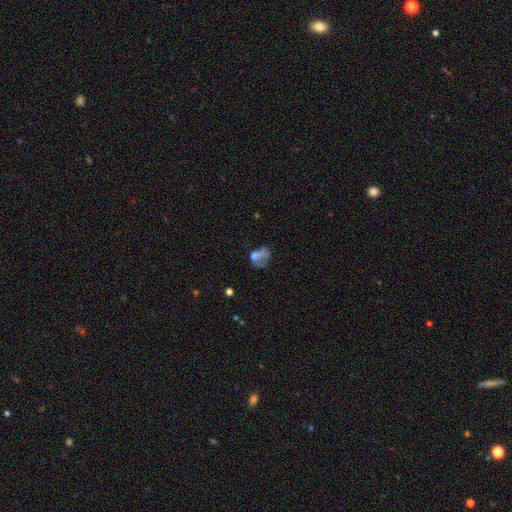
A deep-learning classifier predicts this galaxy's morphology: A smooth galaxy with no disk features (57%) that is in between round and cigar-shaped (72%).

Vote fractions:
- Smooth or featured? smooth: 57% / featured or disk: 29% / star or artifact: 15%
- How rounded? in between: 72% / round: 26% / cigar-shaped: 2%
- Merging? major disturbance: 45% / none: 22% / minor disturbance: 22% / merger: 12%